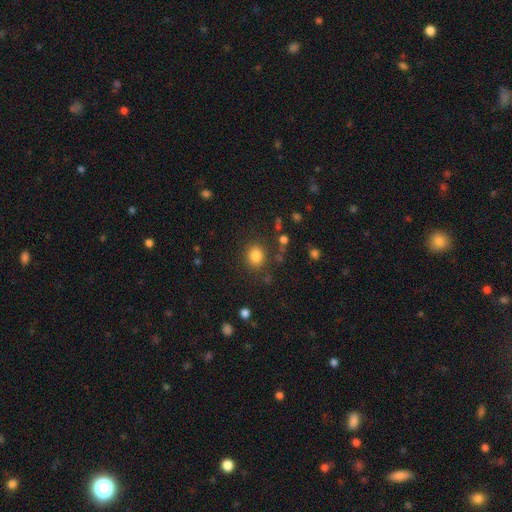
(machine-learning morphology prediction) smooth_or_featured: smooth (p=0.83) [alt: star or artifact p=0.11]
how_rounded: round (p=0.63) [alt: in between p=0.36]
merging: none (p=0.82) [alt: minor disturbance p=0.10]